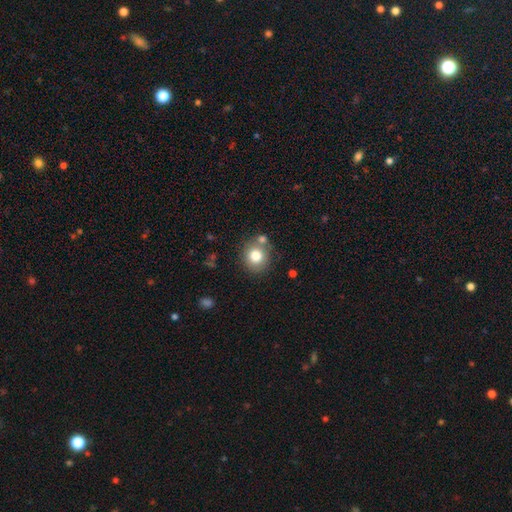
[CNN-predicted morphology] type=smooth (78%); roundness=round (85%); merging=none (70%).